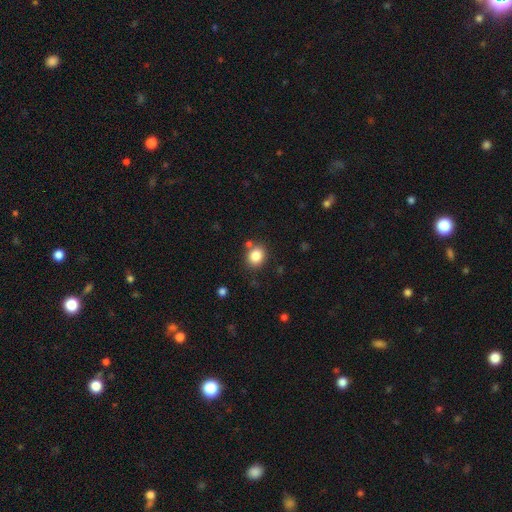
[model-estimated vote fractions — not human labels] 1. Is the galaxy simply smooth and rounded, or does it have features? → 84% smooth, 10% star or artifact, 6% featured or disk.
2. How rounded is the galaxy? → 65% round, 35% in between, 1% cigar-shaped.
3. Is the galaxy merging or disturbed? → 80% none, 10% minor disturbance, 7% merger, 3% major disturbance.